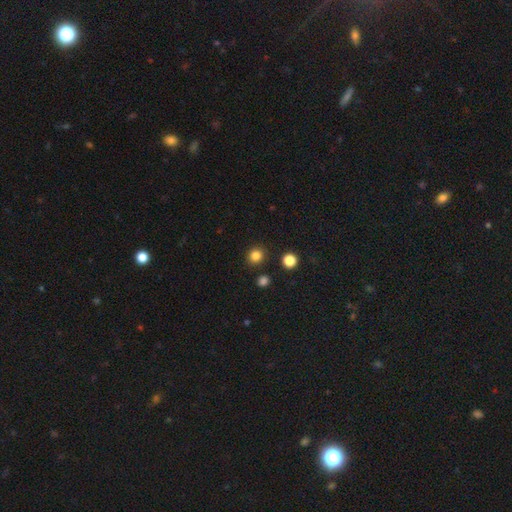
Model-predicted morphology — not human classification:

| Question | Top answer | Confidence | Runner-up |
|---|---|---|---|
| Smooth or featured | smooth | 83% | star or artifact (13%) |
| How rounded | round | 89% | in between (10%) |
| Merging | none | 89% | minor disturbance (6%) |